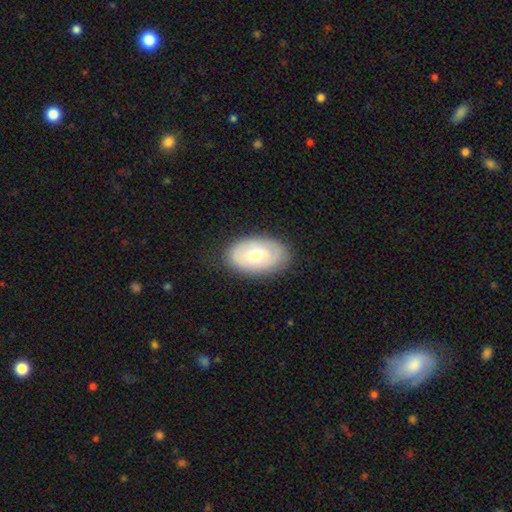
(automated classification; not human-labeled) The model was most divided on "smooth or featured": smooth: 60%, featured or disk: 33%, star or artifact: 6%. More confident: how rounded — in between (91%); merging — none (83%).